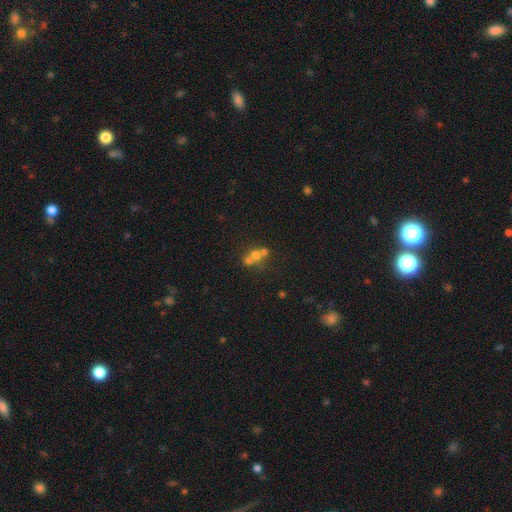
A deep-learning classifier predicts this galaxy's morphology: smooth_or_featured: smooth (p=0.55) [alt: featured or disk p=0.26]
how_rounded: round (p=0.76) [alt: in between p=0.23]
merging: merger (p=0.56) [alt: none p=0.32]